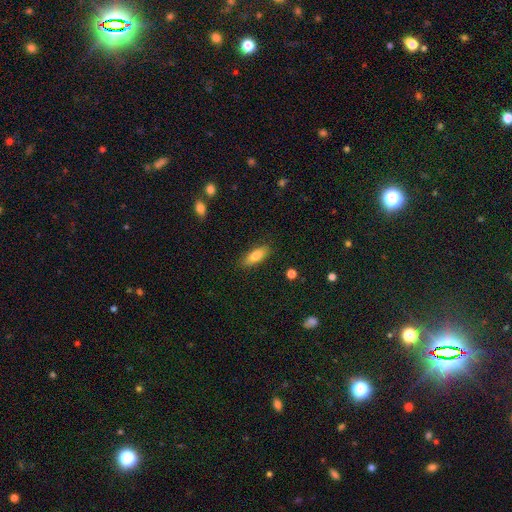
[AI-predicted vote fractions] A smooth galaxy with no disk features (80%) that is in between round and cigar-shaped (65%).

Vote fractions:
- Smooth or featured? smooth: 80% / featured or disk: 13% / star or artifact: 7%
- How rounded? in between: 65% / cigar-shaped: 33% / round: 2%
- Merging? none: 87% / minor disturbance: 9% / major disturbance: 2% / merger: 1%